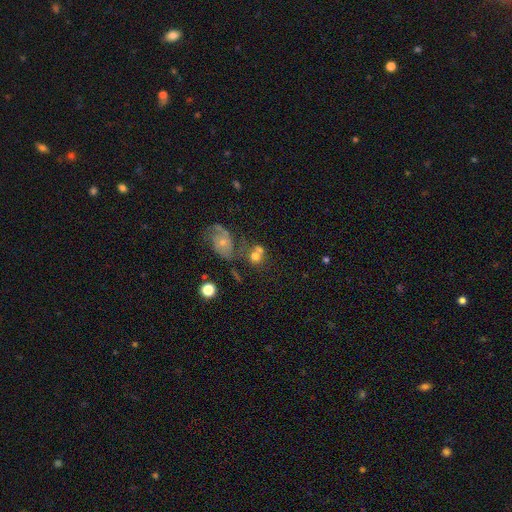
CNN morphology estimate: This appears to be a featured or disk galaxy (37%). Merging: none (46%).